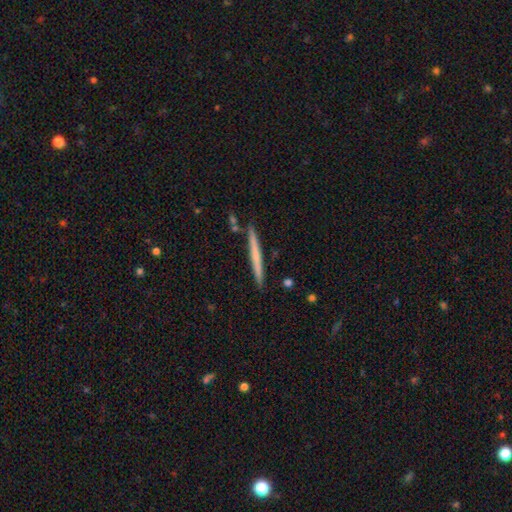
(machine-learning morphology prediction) Smooth or featured?
  - smooth: 53% *
  - featured or disk: 41%
  - star or artifact: 5%
How rounded?
  - cigar-shaped: 97% *
  - in between: 2%
  - round: 1%
Merging?
  - none: 89% *
  - minor disturbance: 7%
  - merger: 2%
  - major disturbance: 1%